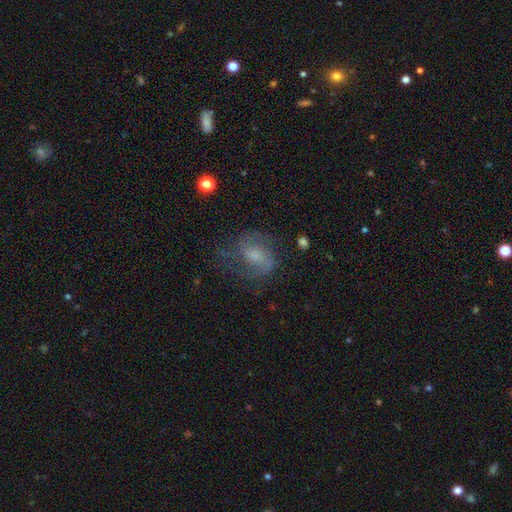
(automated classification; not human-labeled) Smooth or featured: featured or disk — 69% (smooth — 21%)
Edge-on disk: no — 97% (yes — 3%)
Bar: no — 48% (weak — 43%)
Spiral arms: yes — 89% (no — 11%)
Spiral winding: medium — 51% (tight — 25%)
Spiral arm count: 2 — 66% (can't tell — 17%)
Bulge size: moderate — 37% (small — 28%)
Merging: none — 61% (minor disturbance — 20%)